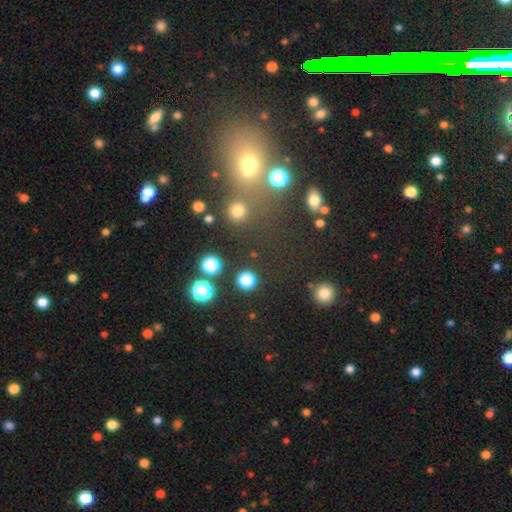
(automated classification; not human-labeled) Overall: star or artifact (52%; smooth 37%).